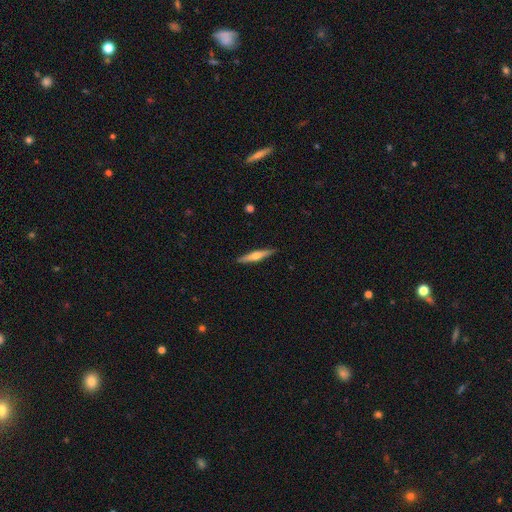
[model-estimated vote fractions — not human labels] smooth_or_featured: featured or disk (p=0.58) [alt: smooth p=0.37]
disk_edge_on: yes (p=0.96) [alt: no p=0.04]
edge_on_bulge: rounded (p=0.88) [alt: none p=0.07]
merging: none (p=0.90) [alt: minor disturbance p=0.08]